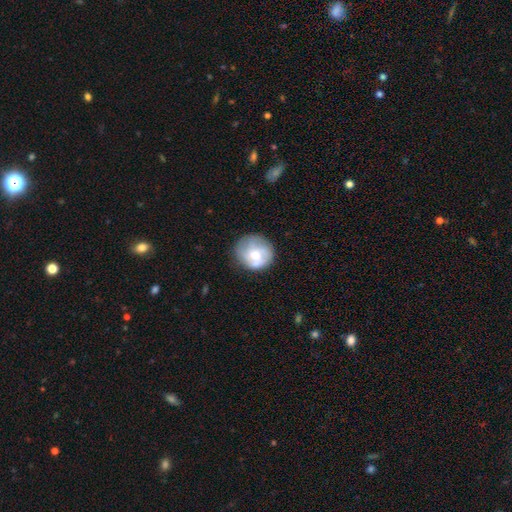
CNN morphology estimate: Smooth or featured? Predicted: smooth (p=0.53). How rounded? Predicted: round (p=0.84). Merging? Predicted: none (p=0.66).